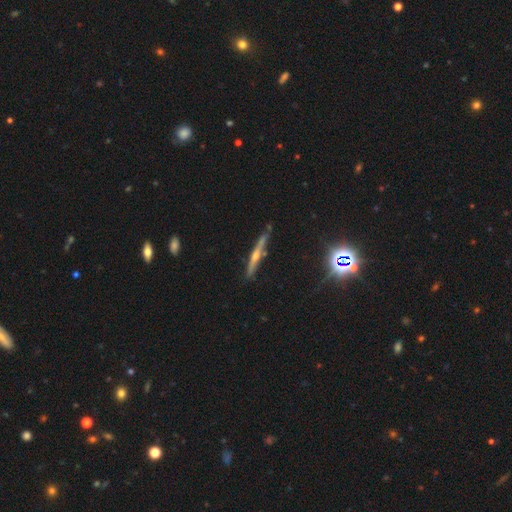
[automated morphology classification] Smooth or featured: featured or disk — 70% (smooth — 16%)
Edge-on disk: yes — 96% (no — 4%)
Edge-on bulge: rounded — 85% (none — 11%)
Merging: none — 80% (minor disturbance — 14%)